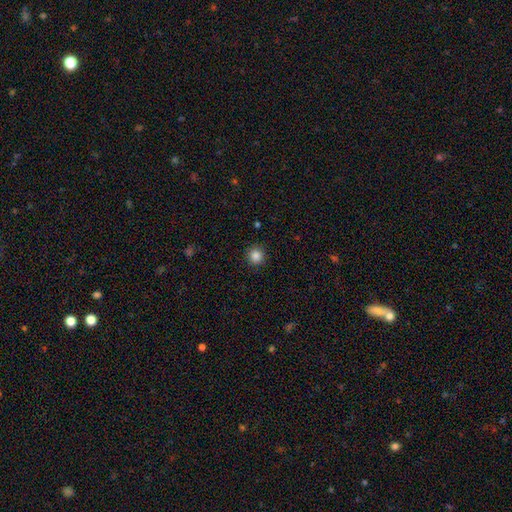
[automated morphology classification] The model was most divided on "smooth or featured": smooth: 86%, star or artifact: 11%, featured or disk: 3%. More confident: how rounded — round (95%); merging — none (91%).